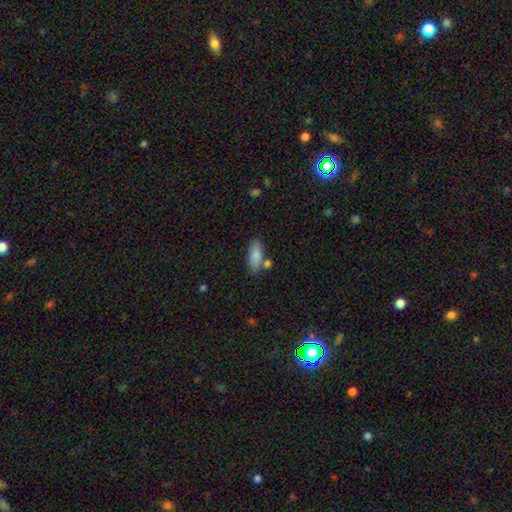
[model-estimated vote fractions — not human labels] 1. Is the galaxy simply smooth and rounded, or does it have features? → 83% smooth, 10% featured or disk, 7% star or artifact.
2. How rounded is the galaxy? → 72% in between, 25% cigar-shaped, 3% round.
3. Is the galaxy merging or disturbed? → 73% none, 13% minor disturbance, 10% merger, 3% major disturbance.